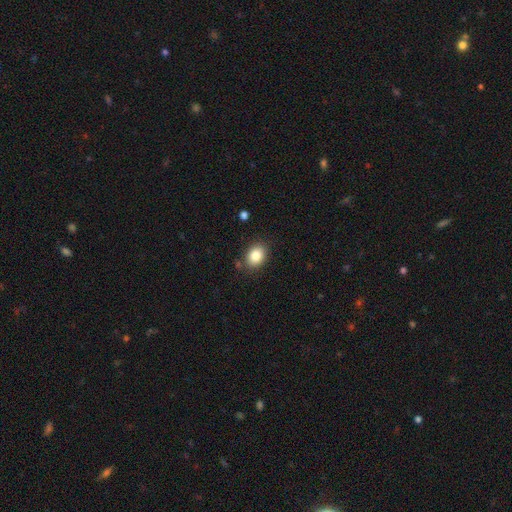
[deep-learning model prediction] This appears to be a smooth galaxy with no disk features (85%) that is in between round and cigar-shaped (69%). Merging: none (83%).